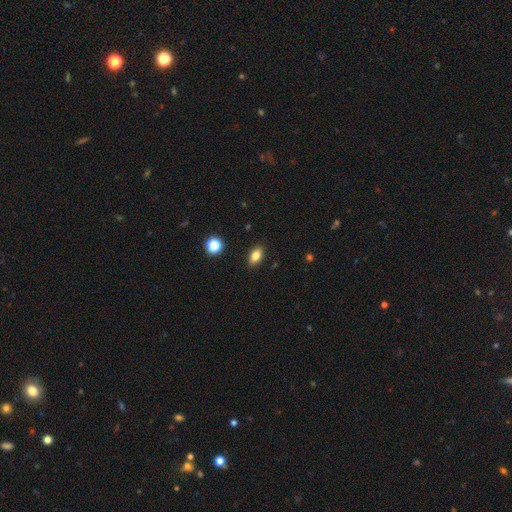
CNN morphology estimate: This appears to be a smooth galaxy with no disk features (80%) that is in between round and cigar-shaped (86%). Merging: none (88%).